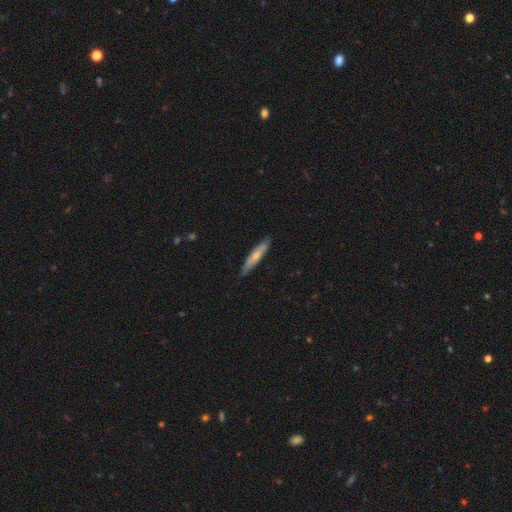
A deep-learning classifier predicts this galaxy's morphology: The model was most divided on "smooth or featured": smooth: 57%, featured or disk: 37%, star or artifact: 5%. More confident: how rounded — cigar-shaped (87%); merging — none (84%).